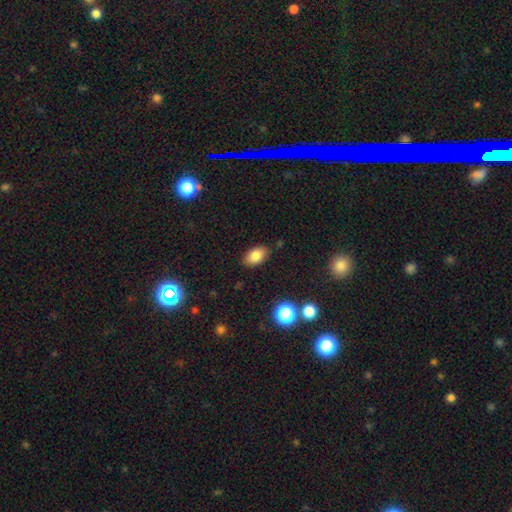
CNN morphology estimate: This appears to be a smooth galaxy with no disk features (83%) that is in between round and cigar-shaped (90%). Merging: none (85%).